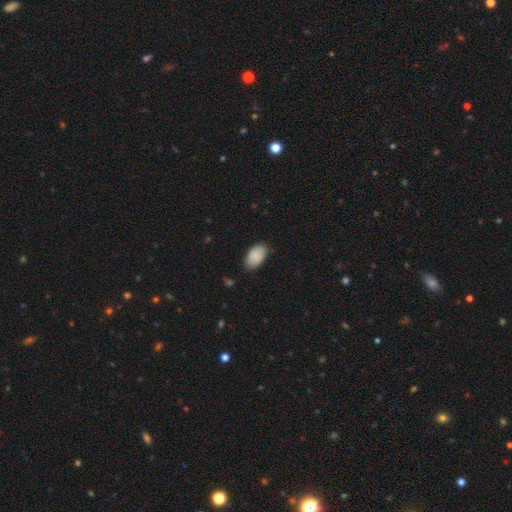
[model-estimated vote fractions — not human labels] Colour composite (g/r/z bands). It shows a smooth galaxy with no disk features (89%) that is in between round and cigar-shaped (93%). Merging: none (80%).